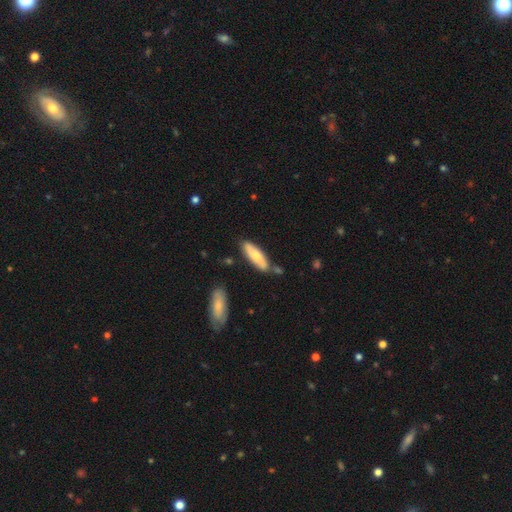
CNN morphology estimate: Q: Smooth or featured?
A: smooth (66%); runner-up: featured or disk (29%)
Q: How rounded?
A: cigar-shaped (55%); runner-up: in between (43%)
Q: Merging?
A: none (73%); runner-up: minor disturbance (15%)